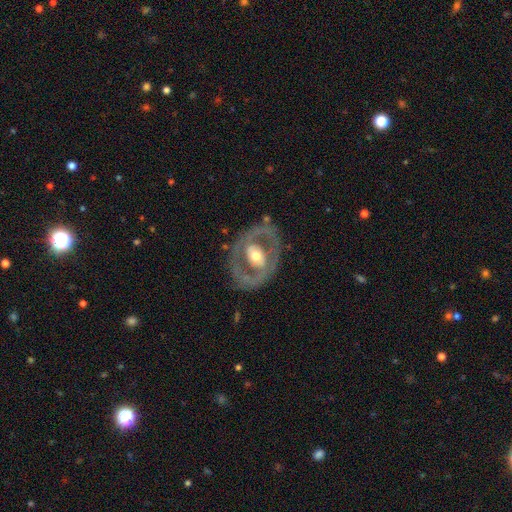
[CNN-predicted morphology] Smooth or featured? Predicted: featured or disk (p=0.71). Edge-on disk? Predicted: no (p=0.94). Bar? Predicted: no (p=0.56). Spiral arms? Predicted: no (p=0.69). Bulge size? Predicted: moderate (p=0.67). Merging? Predicted: none (p=0.74).